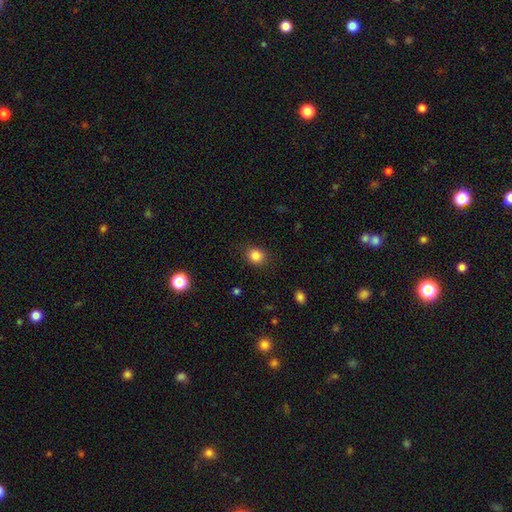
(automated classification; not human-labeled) Smooth or featured? smooth (85%)
How rounded? round (72%)
Merging? none (87%)